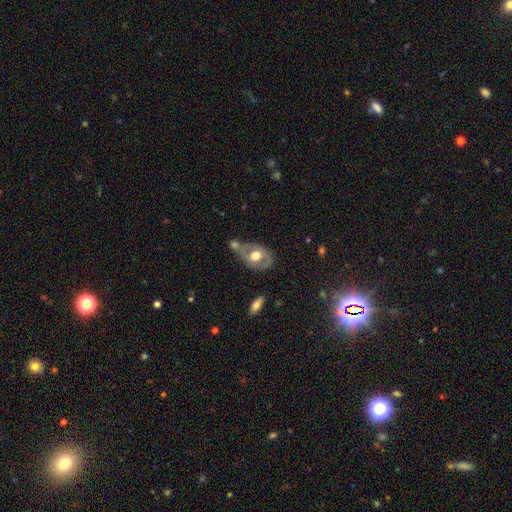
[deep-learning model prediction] featured or disk 55%, smooth 38%, star or artifact 7%. Down the decision tree: edge-on disk — no (92%); bar — no (65%); spiral arms — no (52%); bulge size — moderate (64%); merging — none (44%).